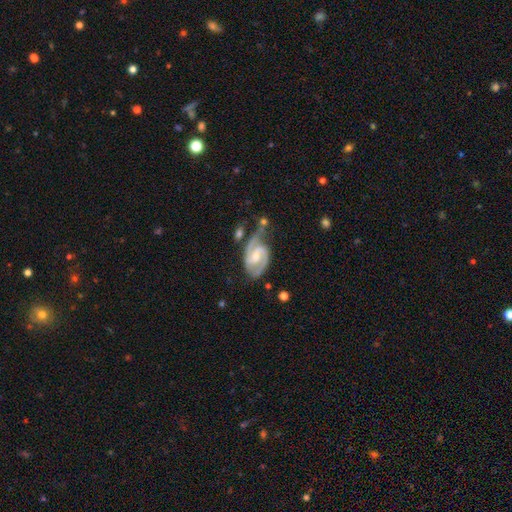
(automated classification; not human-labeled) The model was most divided on "bulge size": moderate: 49%, small: 45%, none: 3%, large: 2%, dominant: 1%. More confident: spiral arms — yes (98%); edge-on disk — no (98%); spiral arm count — 2 (90%); smooth or featured — featured or disk (90%); merging — none (53%); spiral winding — medium (52%); bar — weak (52%).